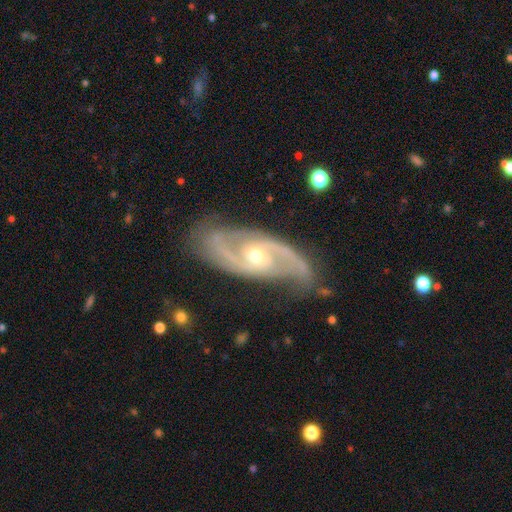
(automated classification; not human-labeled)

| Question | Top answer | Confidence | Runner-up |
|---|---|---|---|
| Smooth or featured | featured or disk | 91% | star or artifact (5%) |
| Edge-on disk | no | 95% | yes (5%) |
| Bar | no | 58% | weak (32%) |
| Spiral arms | yes | 98% | no (2%) |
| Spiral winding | medium | 53% | tight (30%) |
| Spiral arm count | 2 | 84% | 3 (6%) |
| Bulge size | small | 52% | moderate (45%) |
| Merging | none | 76% | minor disturbance (17%) |